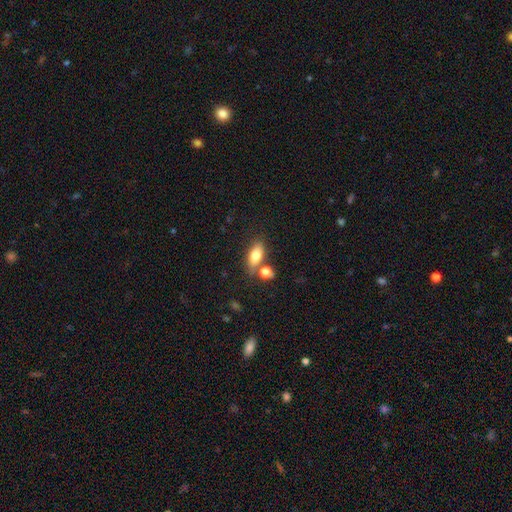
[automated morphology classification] smooth-or-featured: smooth: 79% | featured or disk: 13% | star or artifact: 8%
  how-rounded: in between: 81% | cigar-shaped: 12% | round: 7%
  merging: none: 59% | merger: 24% | minor disturbance: 13% | major disturbance: 4%